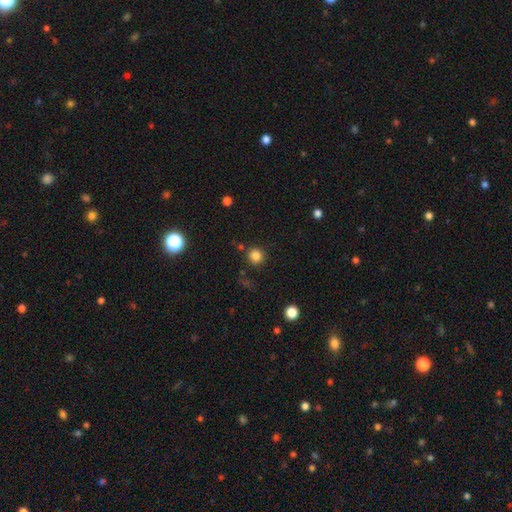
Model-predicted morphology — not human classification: Q: Smooth or featured?
A: smooth (83%); runner-up: star or artifact (13%)
Q: How rounded?
A: round (92%); runner-up: in between (7%)
Q: Merging?
A: none (83%); runner-up: minor disturbance (9%)